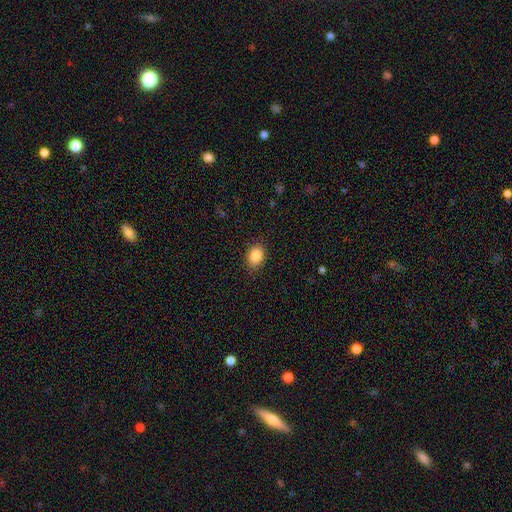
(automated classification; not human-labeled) Q: Smooth or featured?
A: smooth (86%); runner-up: star or artifact (9%)
Q: How rounded?
A: in between (60%); runner-up: round (39%)
Q: Merging?
A: none (86%); runner-up: minor disturbance (10%)